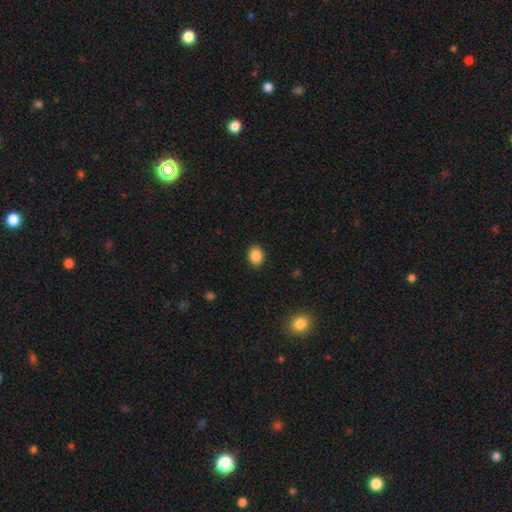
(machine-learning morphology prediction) Smooth or featured: smooth — 87% (star or artifact — 9%)
How rounded: in between — 64% (round — 35%)
Merging: none — 88% (minor disturbance — 8%)